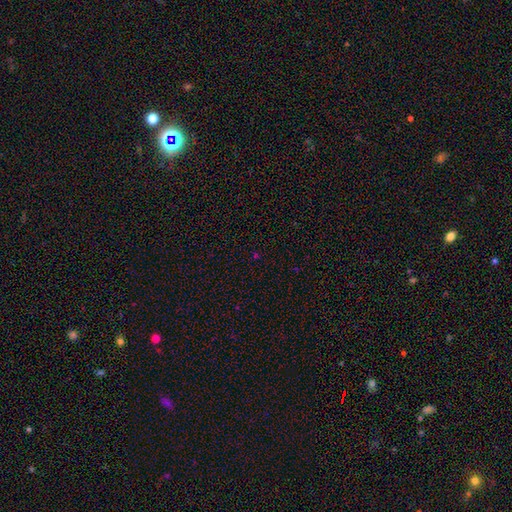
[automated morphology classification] A star or artifact, not a galaxy (63%).

Vote fractions:
- Smooth or featured? star or artifact: 63% / smooth: 30% / featured or disk: 7%